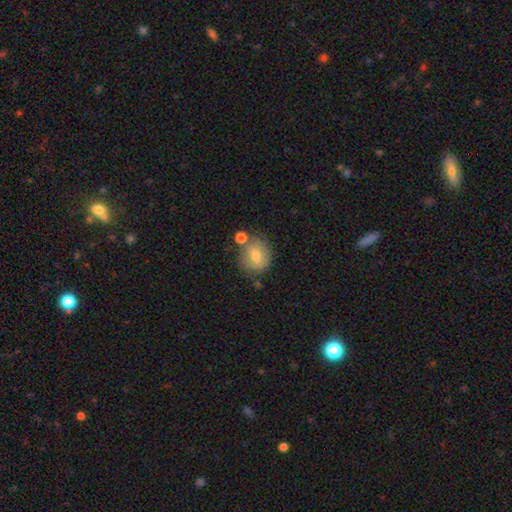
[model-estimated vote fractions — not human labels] Smooth or featured? smooth (66%)
How rounded? round (78%)
Merging? none (64%)